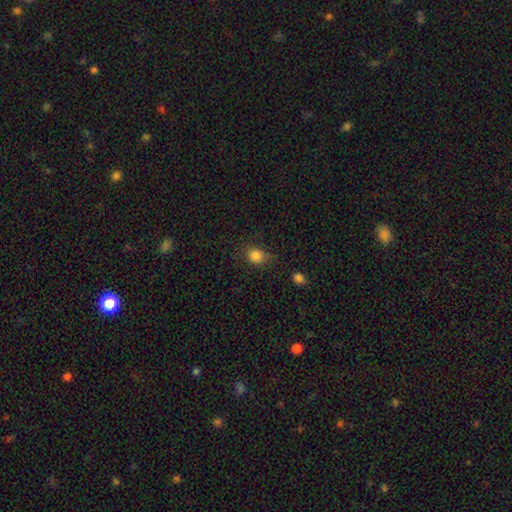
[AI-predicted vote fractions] Smooth or featured? smooth (83%)
How rounded? round (77%)
Merging? none (73%)